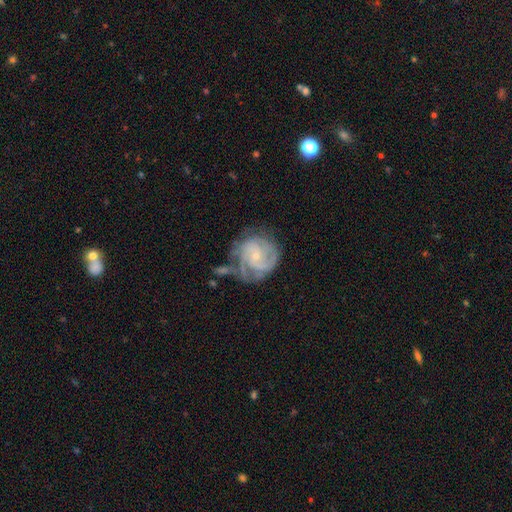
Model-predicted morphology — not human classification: smooth-or-featured: featured or disk: 81% | smooth: 13% | star or artifact: 6%
  disk-edge-on: no: 98% | yes: 2%
    bar: no: 66% | weak: 29% | strong: 5%
    has-spiral-arms: yes: 93% | no: 7%
      spiral-winding: tight: 59% | medium: 33% | loose: 9%
      spiral-arm-count: 2: 32% | can't tell: 27% | 3: 24% | 4: 7% | 1: 6% | more than 4: 5%
    bulge-size: small: 79% | moderate: 16% | none: 3% | large: 1% | dominant: 1%
  merging: none: 50% | minor disturbance: 24% | major disturbance: 17% | merger: 9%